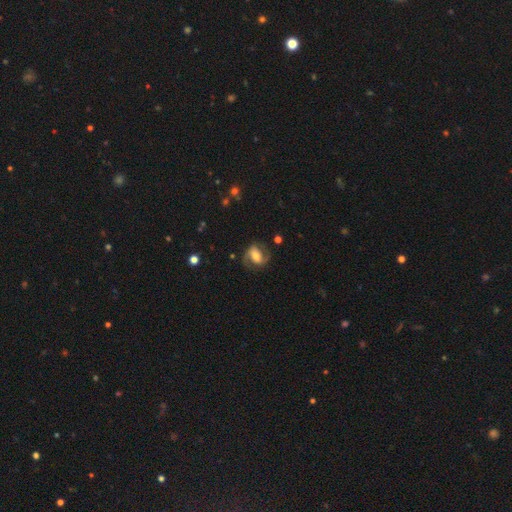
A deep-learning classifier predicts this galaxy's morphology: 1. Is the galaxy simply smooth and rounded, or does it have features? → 71% featured or disk, 22% smooth, 7% star or artifact.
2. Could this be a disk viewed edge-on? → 97% no, 3% yes.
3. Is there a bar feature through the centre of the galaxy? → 39% weak, 32% strong, 29% no.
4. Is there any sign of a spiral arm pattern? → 91% yes, 9% no.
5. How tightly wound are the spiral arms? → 51% medium, 28% loose, 21% tight.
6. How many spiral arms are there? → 88% 2, 5% can't tell, 3% 1, 1% 3, 1% 4, 1% more than 4.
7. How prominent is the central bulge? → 58% moderate, 22% small, 16% large, 3% none, 2% dominant.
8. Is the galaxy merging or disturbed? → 72% none, 16% minor disturbance, 10% major disturbance, 2% merger.